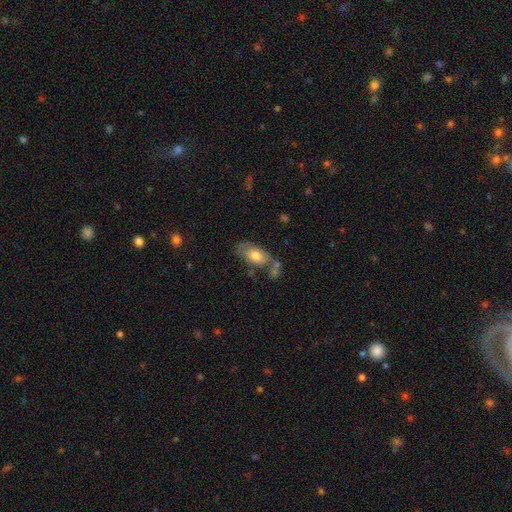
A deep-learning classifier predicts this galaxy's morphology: Smooth or featured?
  - smooth: 70% *
  - featured or disk: 23%
  - star or artifact: 7%
How rounded?
  - in between: 91% *
  - round: 5%
  - cigar-shaped: 4%
Merging?
  - none: 48% *
  - minor disturbance: 25%
  - merger: 16%
  - major disturbance: 11%